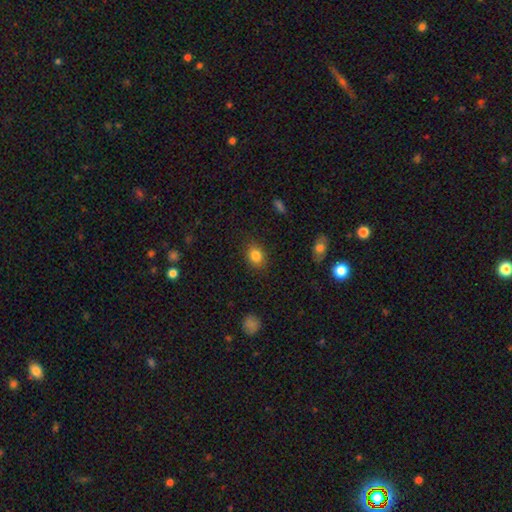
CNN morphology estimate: Smooth or featured?
  - smooth: 83% *
  - star or artifact: 10%
  - featured or disk: 6%
How rounded?
  - round: 50% *
  - in between: 49%
  - cigar-shaped: 1%
Merging?
  - none: 85% *
  - minor disturbance: 11%
  - major disturbance: 3%
  - merger: 1%